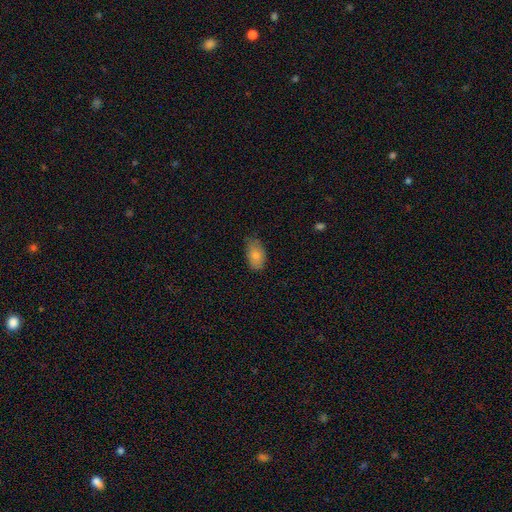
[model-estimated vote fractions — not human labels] Smooth or featured?
  - smooth: 83% *
  - featured or disk: 10%
  - star or artifact: 7%
How rounded?
  - in between: 93% *
  - round: 5%
  - cigar-shaped: 2%
Merging?
  - none: 67% *
  - minor disturbance: 27%
  - major disturbance: 5%
  - merger: 1%